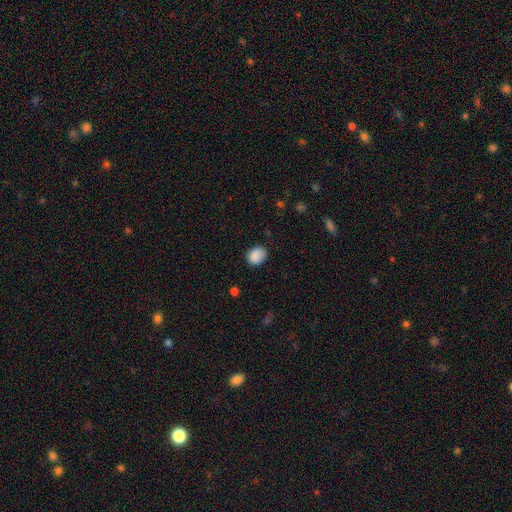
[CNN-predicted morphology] This appears to be a smooth galaxy with no disk features (87%) that is round (50%). Merging: none (78%).